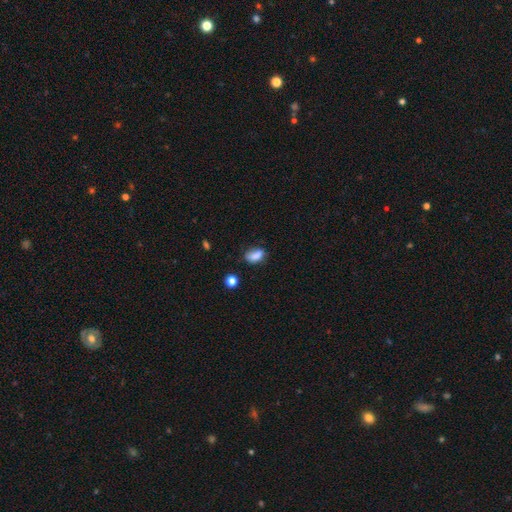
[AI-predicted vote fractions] smooth-or-featured: smooth: 82% | star or artifact: 10% | featured or disk: 8%
  how-rounded: in between: 84% | round: 10% | cigar-shaped: 6%
  merging: none: 60% | minor disturbance: 28% | major disturbance: 8% | merger: 5%